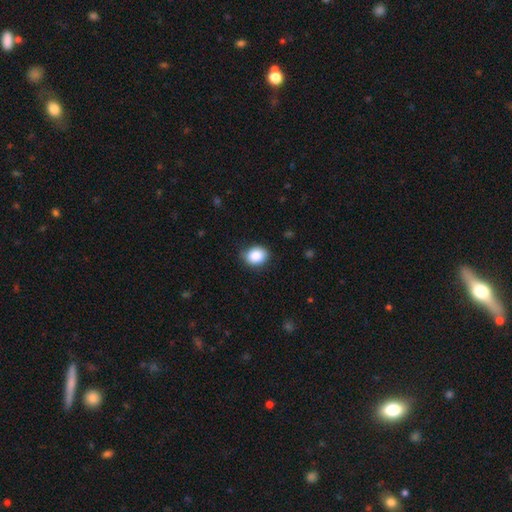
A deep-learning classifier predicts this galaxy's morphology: This appears to be a smooth galaxy with no disk features (87%) that is round (54%). Merging: none (81%).